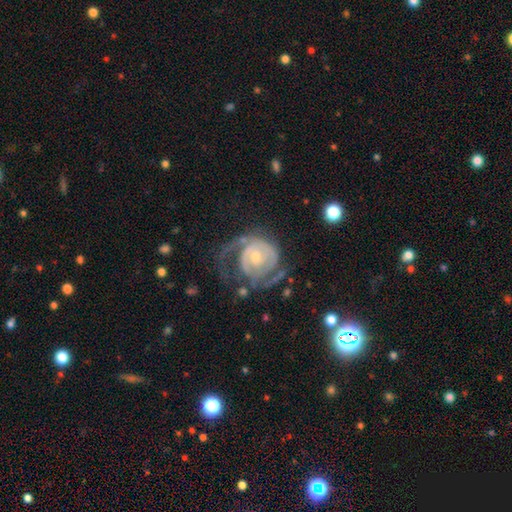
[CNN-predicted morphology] Smooth or featured: featured or disk — 86% (smooth — 9%)
Edge-on disk: no — 98% (yes — 2%)
Bar: no — 68% (weak — 26%)
Spiral arms: yes — 93% (no — 7%)
Spiral winding: tight — 58% (medium — 31%)
Spiral arm count: 2 — 45% (can't tell — 21%)
Bulge size: small — 60% (moderate — 35%)
Merging: none — 49% (major disturbance — 28%)